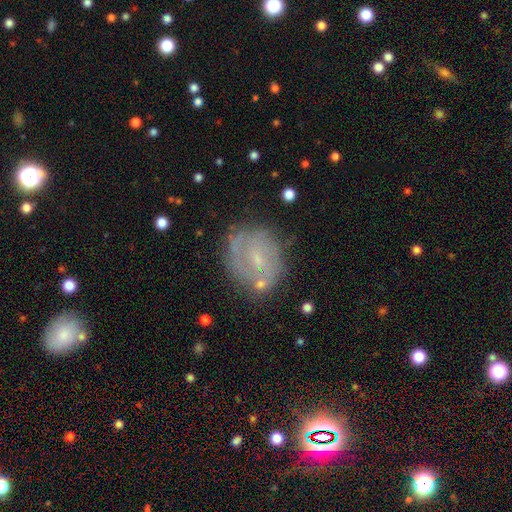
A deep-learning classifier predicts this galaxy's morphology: A featured or disk galaxy (59%) with a weak bar (45%), spiral arms (58%) and a small central bulge (56%). Merging: none (62%).